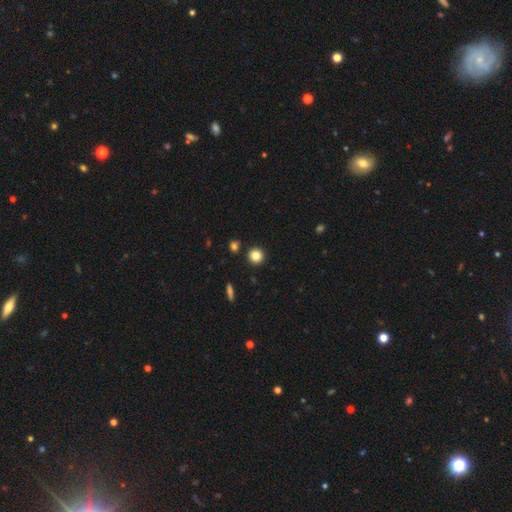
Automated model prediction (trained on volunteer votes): A smooth galaxy with no disk features (82%) that is round (93%).

Vote fractions:
- Smooth or featured? smooth: 82% / star or artifact: 11% / featured or disk: 6%
- How rounded? round: 93% / in between: 6% / cigar-shaped: 1%
- Merging? none: 90% / minor disturbance: 5% / merger: 3% / major disturbance: 2%